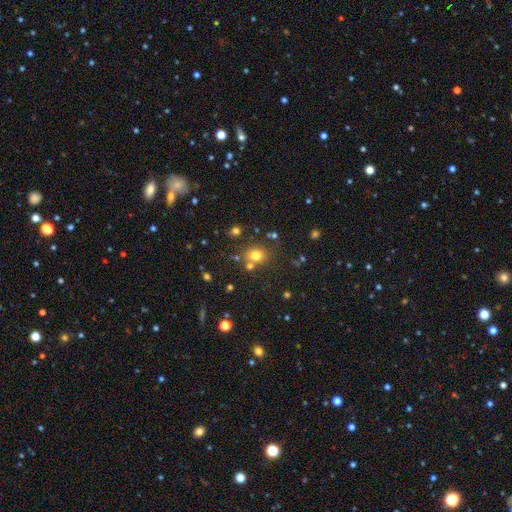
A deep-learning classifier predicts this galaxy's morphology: A smooth galaxy with no disk features (74%) that is round (71%).

Vote fractions:
- Smooth or featured? smooth: 74% / star or artifact: 17% / featured or disk: 9%
- How rounded? round: 71% / in between: 28% / cigar-shaped: 1%
- Merging? none: 70% / merger: 15% / minor disturbance: 11% / major disturbance: 4%